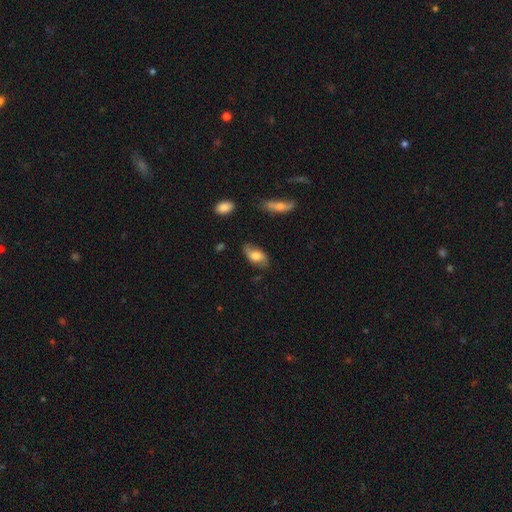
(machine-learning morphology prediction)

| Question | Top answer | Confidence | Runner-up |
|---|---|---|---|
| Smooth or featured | smooth | 60% | featured or disk (33%) |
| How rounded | in between | 90% | round (5%) |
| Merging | none | 66% | minor disturbance (25%) |